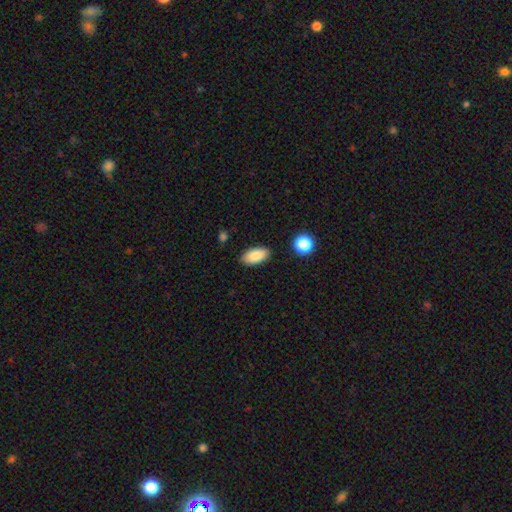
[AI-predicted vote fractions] smooth_or_featured: smooth (p=0.86) [alt: star or artifact p=0.07]
how_rounded: in between (p=0.92) [alt: cigar-shaped p=0.05]
merging: none (p=0.87) [alt: minor disturbance p=0.09]